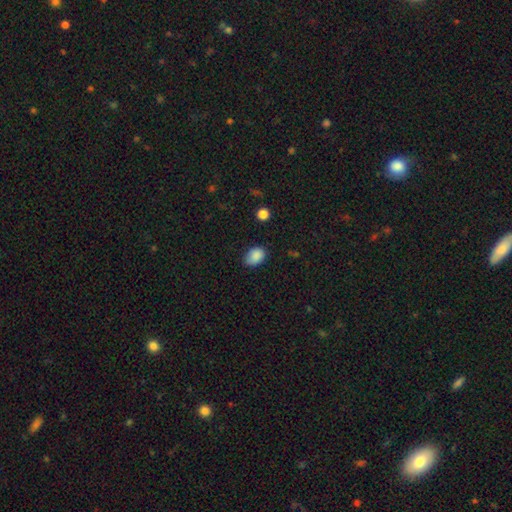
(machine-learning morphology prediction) smooth_or_featured: smooth (p=0.87) [alt: star or artifact p=0.08]
how_rounded: in between (p=0.79) [alt: round p=0.20]
merging: none (p=0.75) [alt: minor disturbance p=0.20]